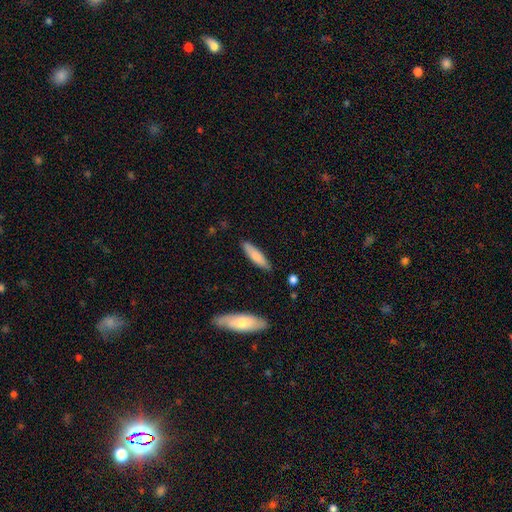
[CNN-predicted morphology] This is likely a smooth galaxy (80%). How rounded: likely cigar-shaped (66%). Merging: clearly none (85%).